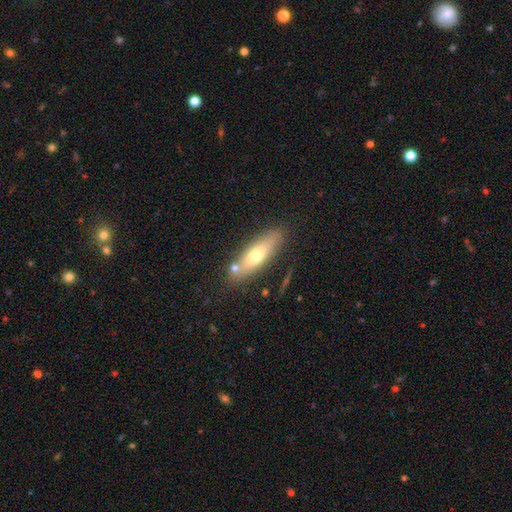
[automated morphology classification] smooth_or_featured: smooth (p=0.59) [alt: featured or disk p=0.33]
how_rounded: cigar-shaped (p=0.50) [alt: in between p=0.47]
merging: none (p=0.76) [alt: minor disturbance p=0.12]